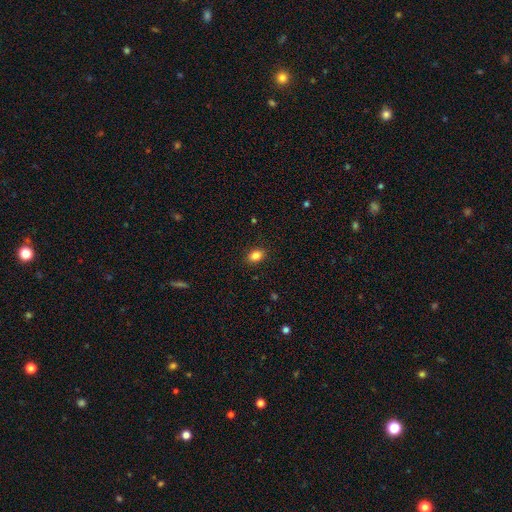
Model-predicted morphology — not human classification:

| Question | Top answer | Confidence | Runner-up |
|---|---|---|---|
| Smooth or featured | smooth | 85% | star or artifact (10%) |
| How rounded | in between | 76% | round (23%) |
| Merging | none | 89% | minor disturbance (8%) |